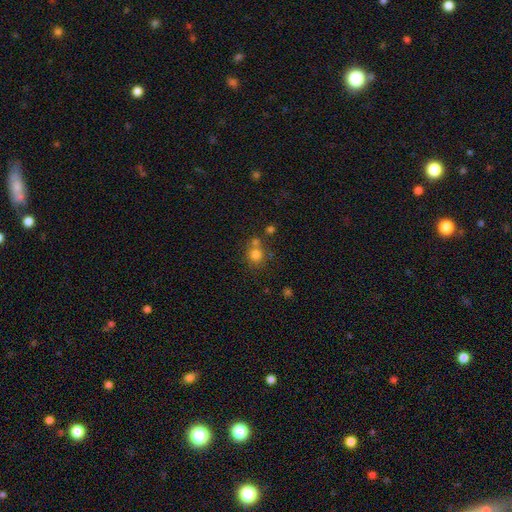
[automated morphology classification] type=smooth (77%); roundness=round (86%); merging=none (59%).